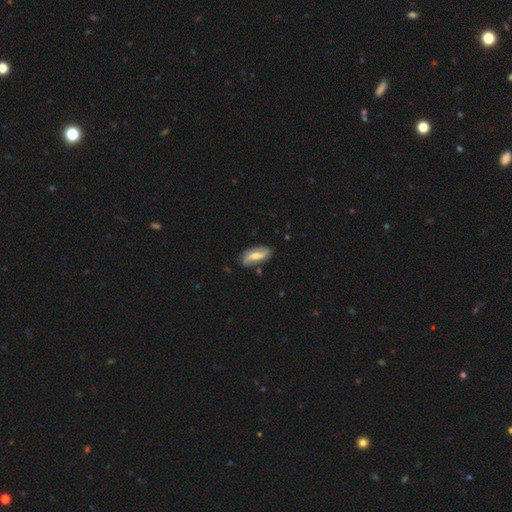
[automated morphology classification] type=featured or disk (75%); edge-on=no (92%); bar=weak (40%); spiral arms=yes (92%); winding=loose (52%); arm count=2 (89%); bulge=moderate (58%); merging=none (77%).